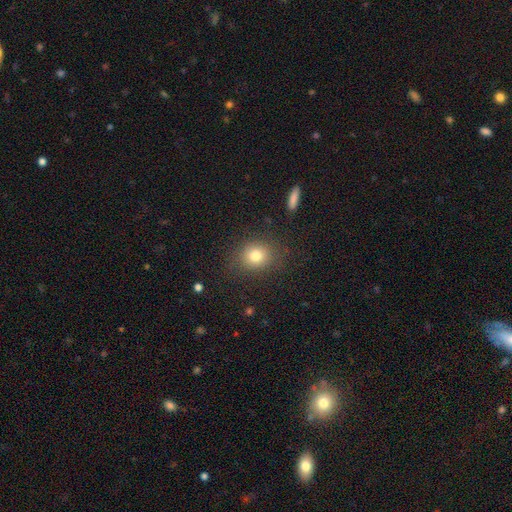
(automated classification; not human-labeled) Smooth or featured?
  - smooth: 79% *
  - star or artifact: 12%
  - featured or disk: 9%
How rounded?
  - round: 69% *
  - in between: 30%
  - cigar-shaped: 1%
Merging?
  - none: 84% *
  - minor disturbance: 11%
  - major disturbance: 4%
  - merger: 1%